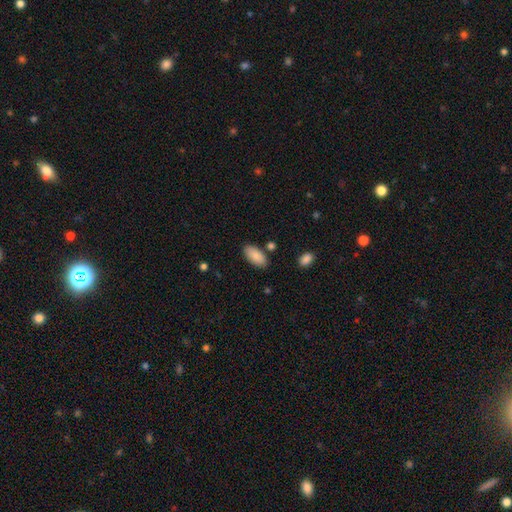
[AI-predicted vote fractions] Smooth or featured? Predicted: smooth (p=0.88). How rounded? Predicted: in between (p=0.92). Merging? Predicted: none (p=0.83).